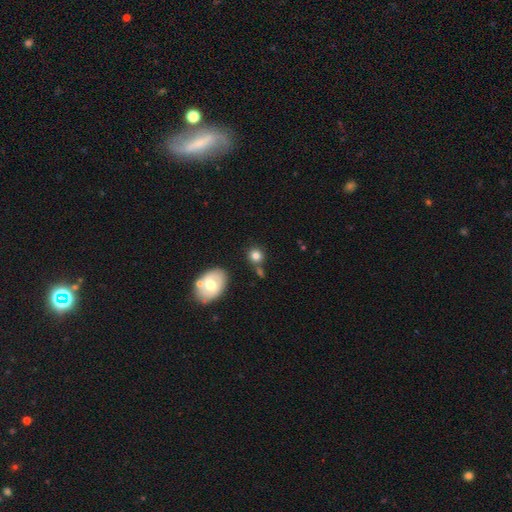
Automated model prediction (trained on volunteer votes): Overall: smooth (79%). How rounded: round (80%). Merging: none (71%).